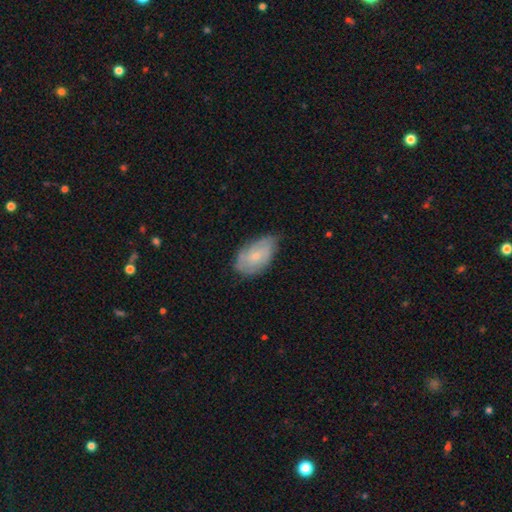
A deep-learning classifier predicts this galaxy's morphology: smooth 50%, featured or disk 43%, star or artifact 7%. Down the decision tree: how rounded — in between (92%); merging — none (56%).